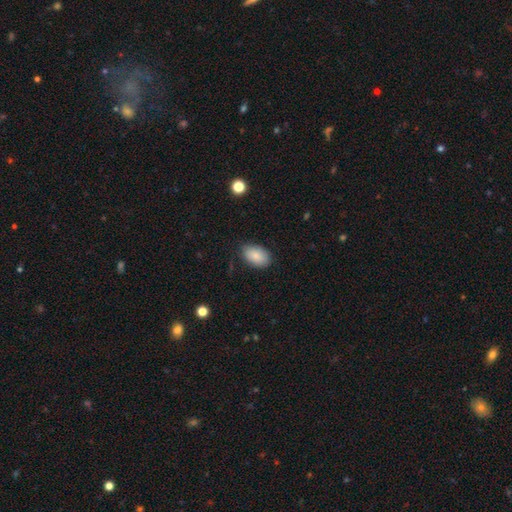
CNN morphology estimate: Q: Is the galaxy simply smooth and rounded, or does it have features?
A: smooth — 86%.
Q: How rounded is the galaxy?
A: in between — 91%.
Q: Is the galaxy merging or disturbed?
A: none — 80%.